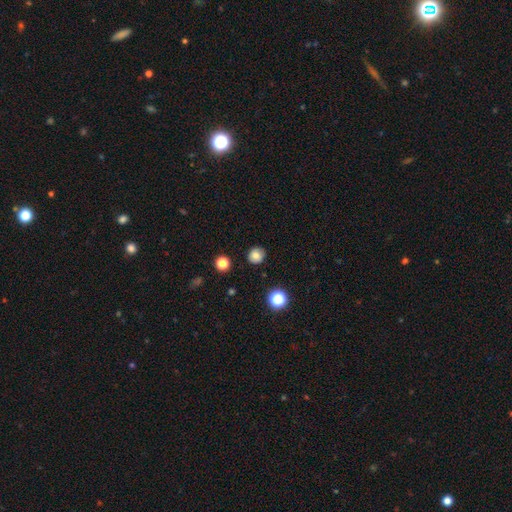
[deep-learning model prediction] Smooth or featured? smooth (80%)
How rounded? round (87%)
Merging? none (88%)